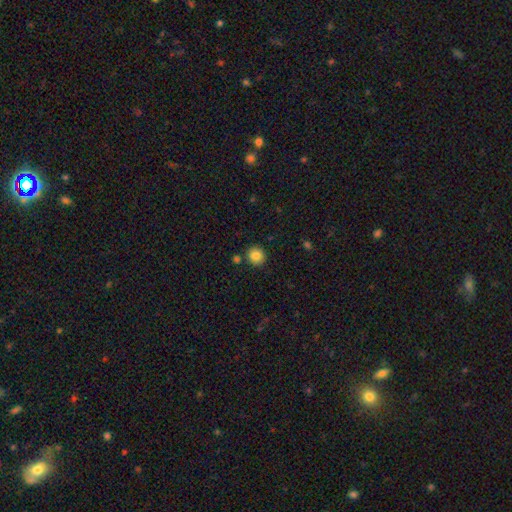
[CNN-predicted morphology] A smooth galaxy with no disk features (85%) that is round (91%).

Vote fractions:
- Smooth or featured? smooth: 85% / star or artifact: 9% / featured or disk: 5%
- How rounded? round: 91% / in between: 8% / cigar-shaped: 1%
- Merging? none: 87% / minor disturbance: 7% / merger: 5% / major disturbance: 2%